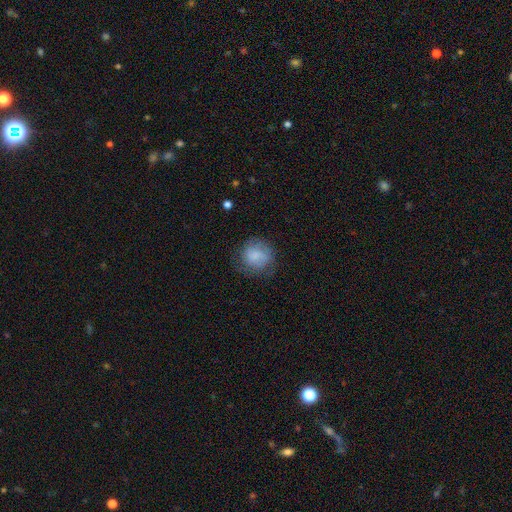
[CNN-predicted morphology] Q: Smooth or featured?
A: smooth (67%); runner-up: featured or disk (25%)
Q: How rounded?
A: round (86%); runner-up: in between (13%)
Q: Merging?
A: none (69%); runner-up: minor disturbance (20%)